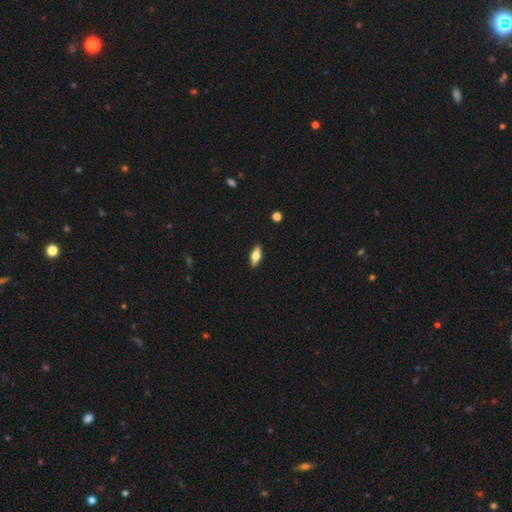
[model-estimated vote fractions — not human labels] A smooth galaxy with no disk features (62%) that is in between round and cigar-shaped (72%). Merging: none (90%).